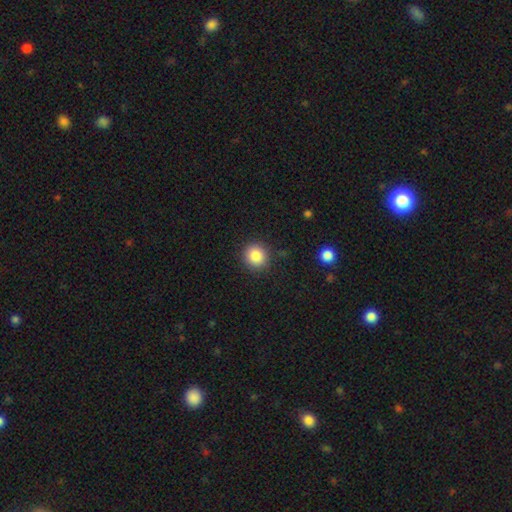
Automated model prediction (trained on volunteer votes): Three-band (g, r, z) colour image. It shows a smooth galaxy with no disk features (85%) that is round (89%). Merging: none (89%).